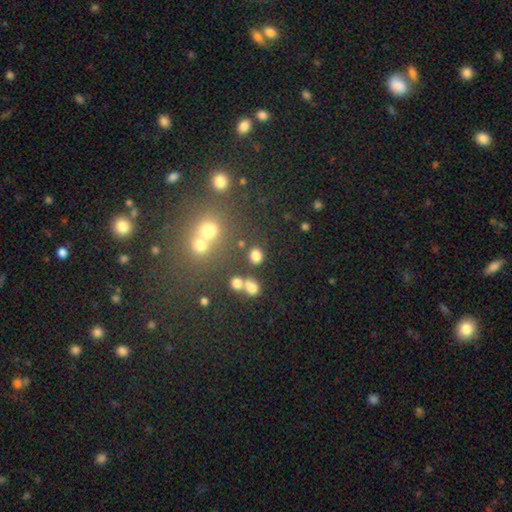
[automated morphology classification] A smooth galaxy with no disk features (77%) that is round (67%). Merging: none (72%).